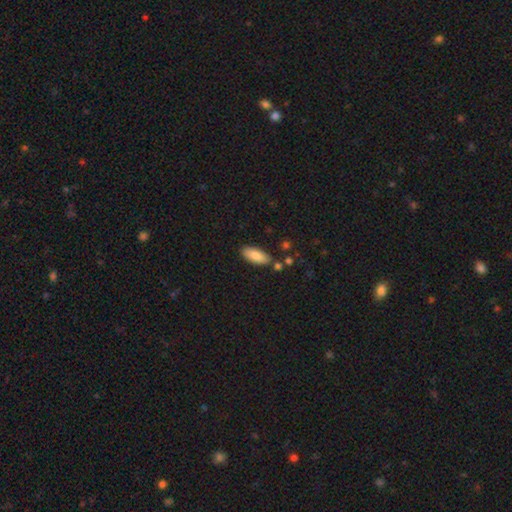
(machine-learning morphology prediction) A smooth galaxy with no disk features (86%) that is in between round and cigar-shaped (82%).

Vote fractions:
- Smooth or featured? smooth: 86% / featured or disk: 8% / star or artifact: 6%
- How rounded? in between: 82% / cigar-shaped: 16% / round: 2%
- Merging? none: 82% / minor disturbance: 11% / merger: 4% / major disturbance: 2%